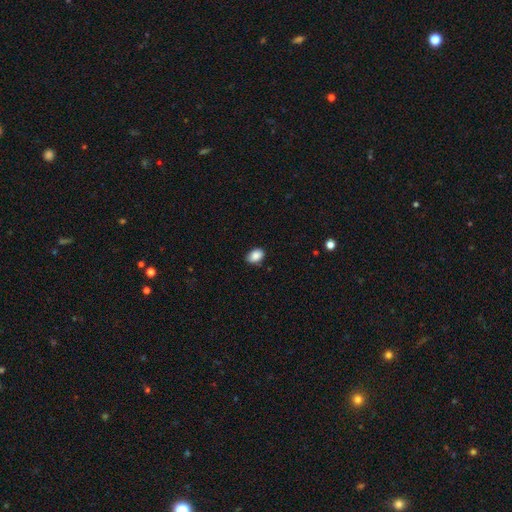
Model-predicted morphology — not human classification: This is clearly a smooth galaxy (88%). How rounded: clearly in between (81%). Merging: clearly none (81%).